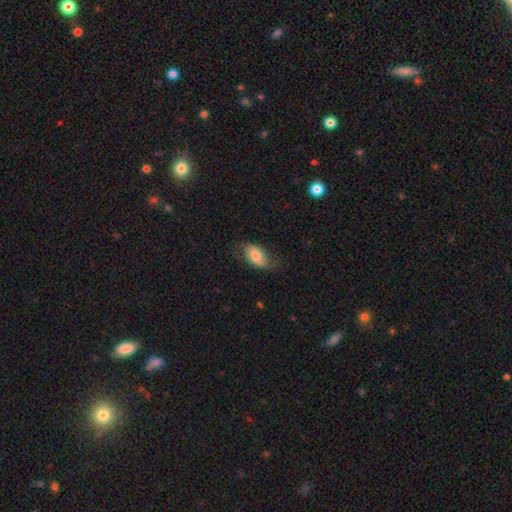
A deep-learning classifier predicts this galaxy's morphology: The model was most divided on "merging": none: 64%, minor disturbance: 25%, major disturbance: 10%, merger: 1%. More confident: how rounded — in between (92%); smooth or featured — smooth (67%).